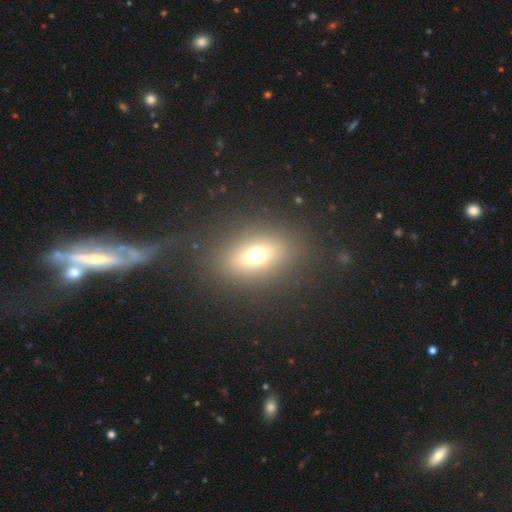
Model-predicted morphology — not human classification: smooth-or-featured: smooth: 61% | featured or disk: 22% | star or artifact: 17%
  how-rounded: in between: 67% | round: 27% | cigar-shaped: 6%
  merging: none: 82% | minor disturbance: 9% | major disturbance: 7% | merger: 2%